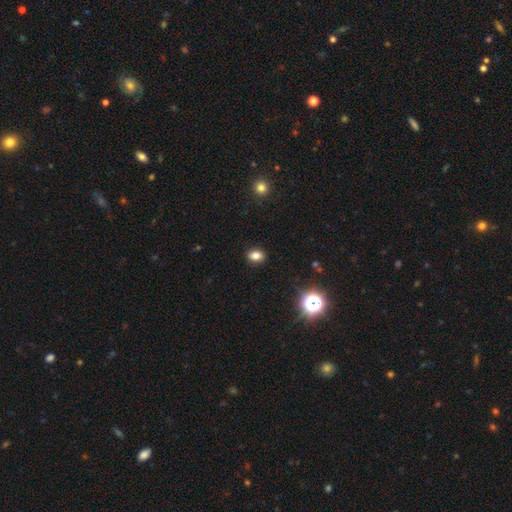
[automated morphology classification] A smooth galaxy with no disk features (80%) that is in between round and cigar-shaped (68%).

Vote fractions:
- Smooth or featured? smooth: 80% / star or artifact: 13% / featured or disk: 7%
- How rounded? in between: 68% / round: 31% / cigar-shaped: 1%
- Merging? none: 89% / minor disturbance: 8% / major disturbance: 2% / merger: 1%